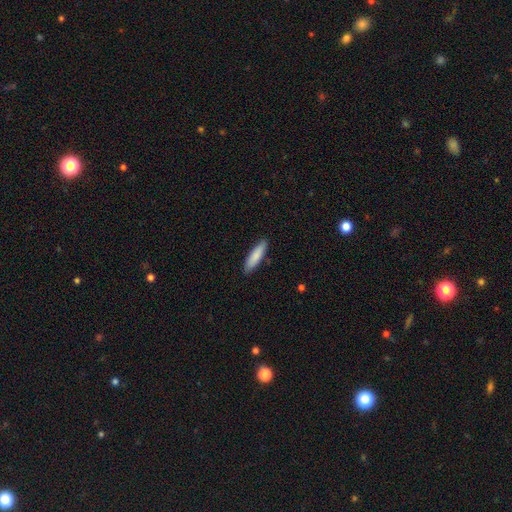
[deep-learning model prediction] Smooth or featured?
  - smooth: 85% *
  - featured or disk: 9%
  - star or artifact: 6%
How rounded?
  - cigar-shaped: 69% *
  - in between: 30%
  - round: 1%
Merging?
  - none: 87% *
  - minor disturbance: 10%
  - major disturbance: 2%
  - merger: 1%